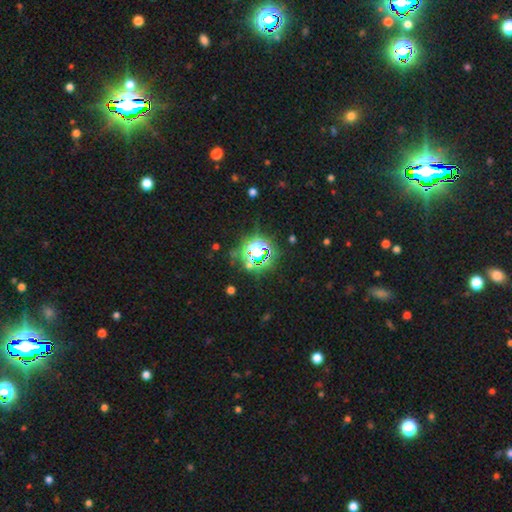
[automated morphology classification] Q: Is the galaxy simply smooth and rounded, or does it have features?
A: star or artifact — 75%.